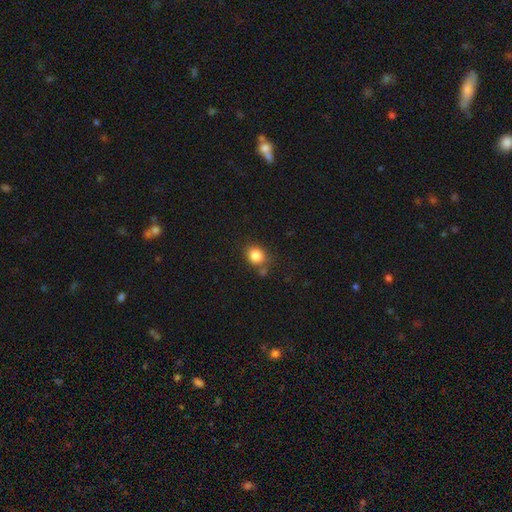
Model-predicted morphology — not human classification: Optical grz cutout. It shows a smooth galaxy with no disk features (84%) that is round (68%). Merging: none (72%).